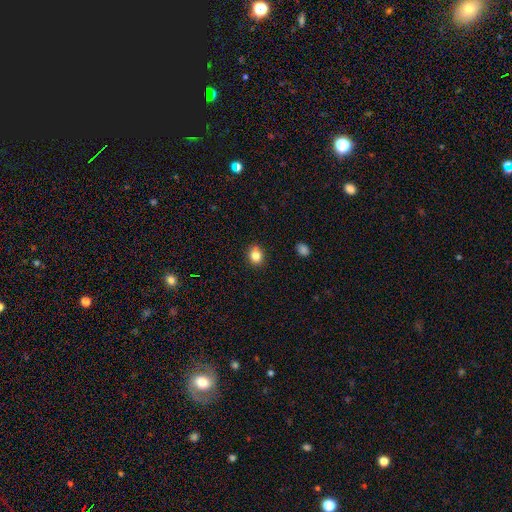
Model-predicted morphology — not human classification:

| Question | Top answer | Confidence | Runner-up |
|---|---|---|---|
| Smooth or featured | smooth | 83% | star or artifact (11%) |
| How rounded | round | 57% | in between (42%) |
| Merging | none | 84% | minor disturbance (13%) |